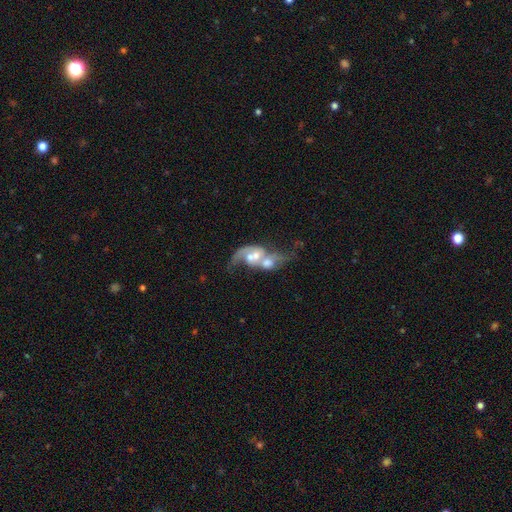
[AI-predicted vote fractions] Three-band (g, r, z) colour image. It shows a featured or disk galaxy (74%) with no bar (58%), 2 (61%) loose (64%) spiral arms (78%) and a moderate central bulge (49%). Merging: merger (75%).